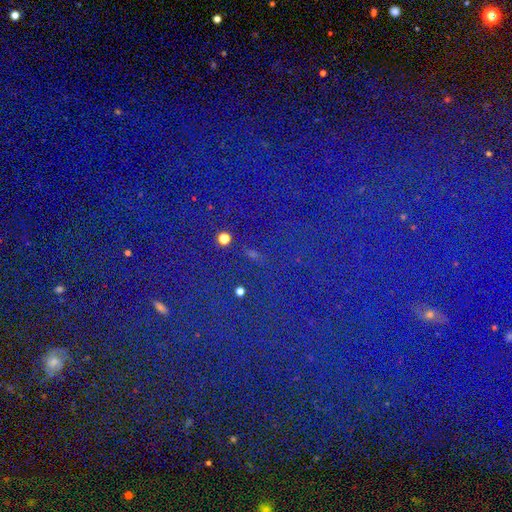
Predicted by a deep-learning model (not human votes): This is clearly a star or artifact rather than a galaxy (82%).